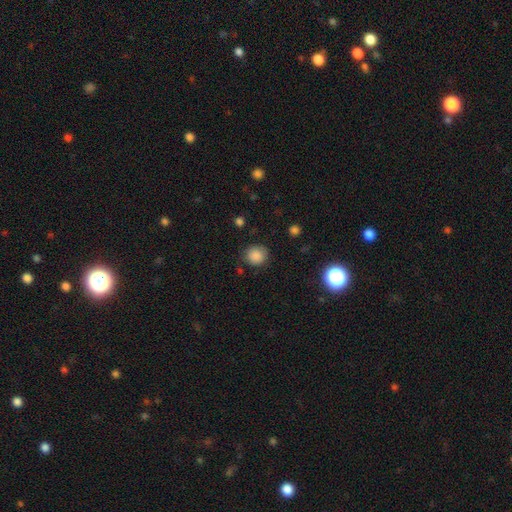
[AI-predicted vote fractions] The model was most divided on "merging": none: 82%, minor disturbance: 12%, major disturbance: 4%, merger: 2%. More confident: smooth or featured — smooth (86%); how rounded — round (85%).